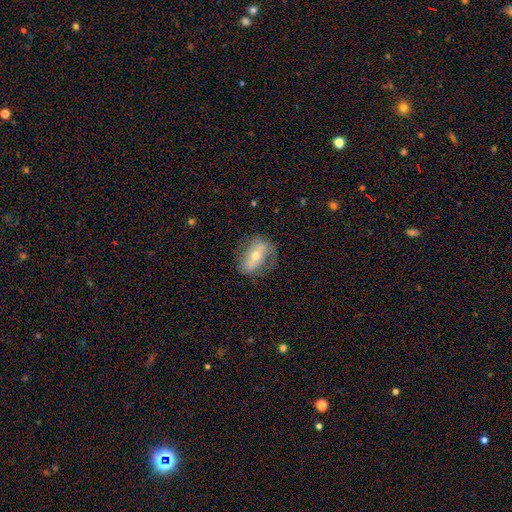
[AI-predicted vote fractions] smooth-or-featured: featured or disk: 60% | smooth: 32% | star or artifact: 8%
  disk-edge-on: no: 86% | yes: 14%
    bar: strong: 51% | weak: 25% | no: 24%
    has-spiral-arms: yes: 57% | no: 43%
    bulge-size: moderate: 56% | small: 38% | large: 3% | none: 1% | dominant: 1%
  merging: none: 69% | minor disturbance: 20% | major disturbance: 10% | merger: 1%